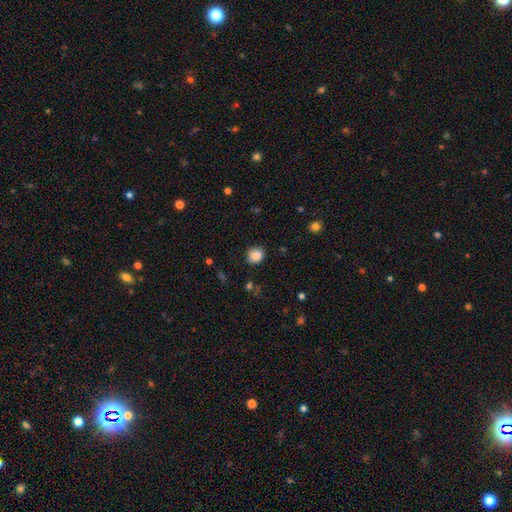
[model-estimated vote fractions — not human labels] A smooth galaxy with no disk features (86%) that is round (76%).

Vote fractions:
- Smooth or featured? smooth: 86% / star or artifact: 9% / featured or disk: 4%
- How rounded? round: 76% / in between: 23% / cigar-shaped: 1%
- Merging? none: 81% / minor disturbance: 14% / major disturbance: 3% / merger: 2%